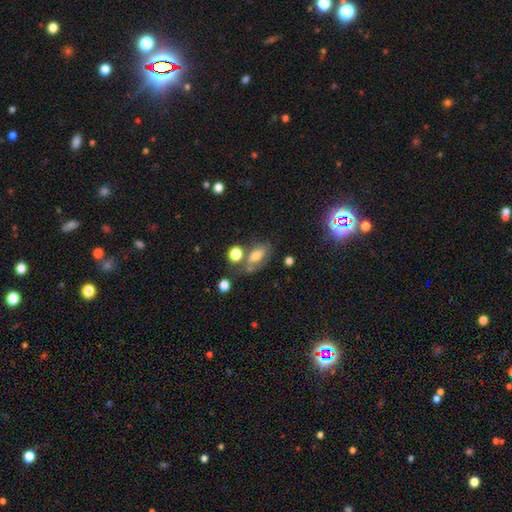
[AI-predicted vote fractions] This appears to be a smooth galaxy with no disk features (54%) that is in between round and cigar-shaped (77%). Merging: none (47%).